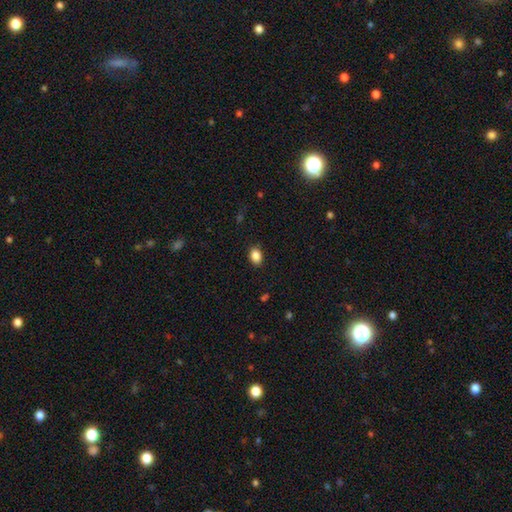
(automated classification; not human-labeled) Smooth or featured? Predicted: smooth (p=0.87). How rounded? Predicted: in between (p=0.73). Merging? Predicted: none (p=0.87).